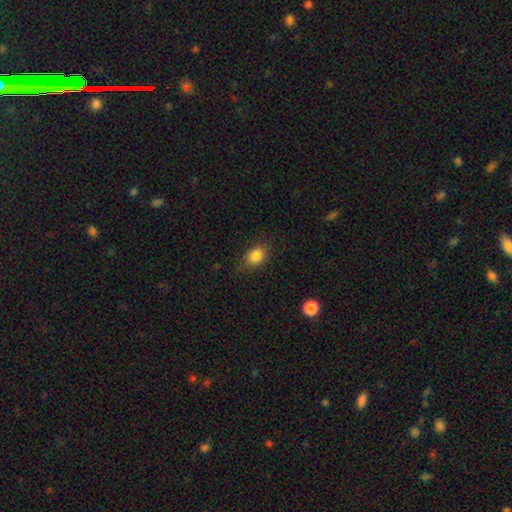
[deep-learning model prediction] Overall: smooth (84%). How rounded: in between (69%). Merging: none (75%).